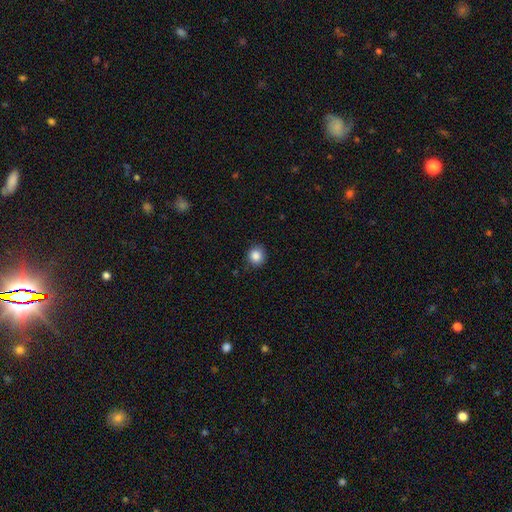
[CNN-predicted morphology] Smooth or featured? smooth (87%)
How rounded? round (89%)
Merging? none (88%)